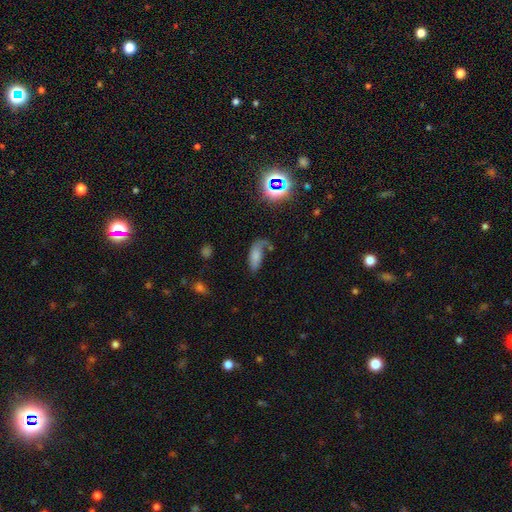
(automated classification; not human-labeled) Q: Smooth or featured?
A: smooth (66%); runner-up: featured or disk (19%)
Q: How rounded?
A: in between (79%); runner-up: cigar-shaped (17%)
Q: Merging?
A: none (37%); runner-up: major disturbance (26%)